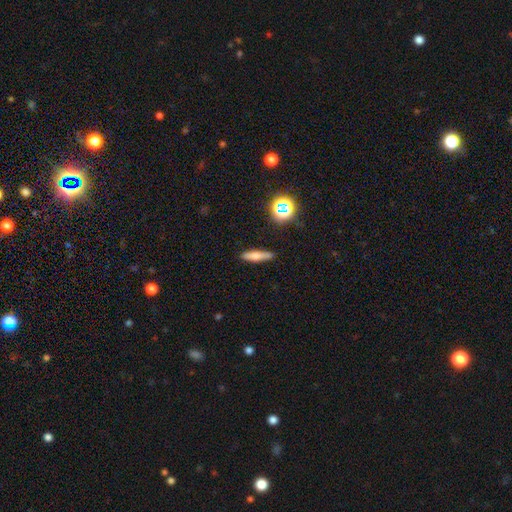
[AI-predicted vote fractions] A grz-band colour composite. It shows a smooth galaxy with no disk features (64%) that is cigar-shaped (76%). Merging: none (86%).